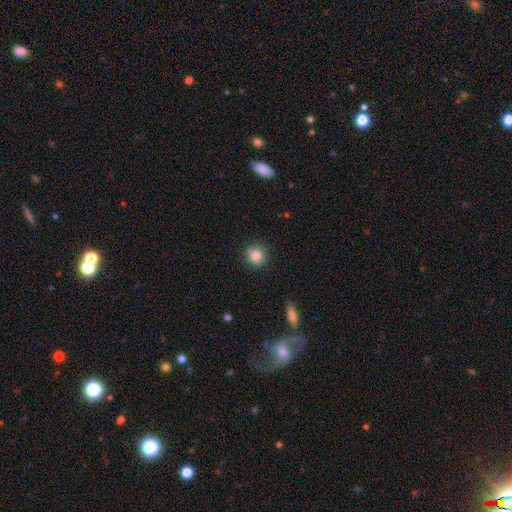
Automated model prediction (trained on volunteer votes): smooth 85%, star or artifact 10%, featured or disk 5%. Down the decision tree: how rounded — round (89%); merging — none (88%).